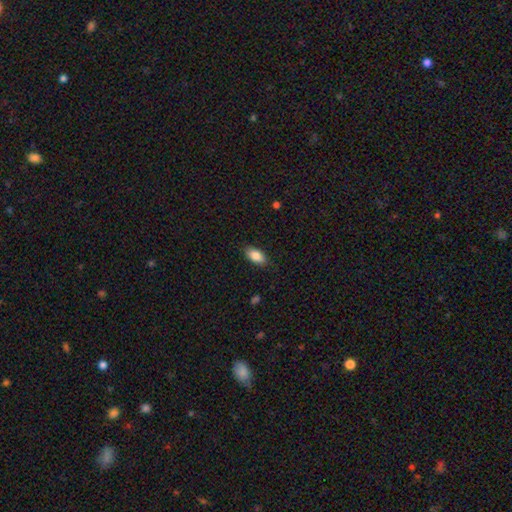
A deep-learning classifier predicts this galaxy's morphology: The model was most divided on "merging": none: 87%, minor disturbance: 10%, major disturbance: 2%, merger: 1%. More confident: how rounded — in between (92%); smooth or featured — smooth (87%).